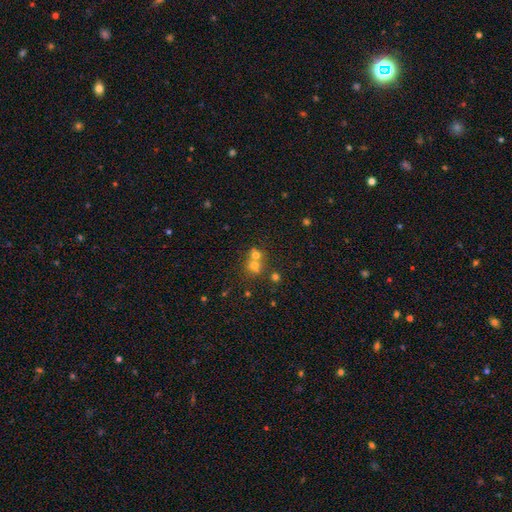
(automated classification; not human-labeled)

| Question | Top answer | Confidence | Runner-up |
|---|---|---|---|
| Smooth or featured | smooth | 64% | star or artifact (20%) |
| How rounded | round | 80% | in between (19%) |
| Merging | merger | 53% | none (38%) |